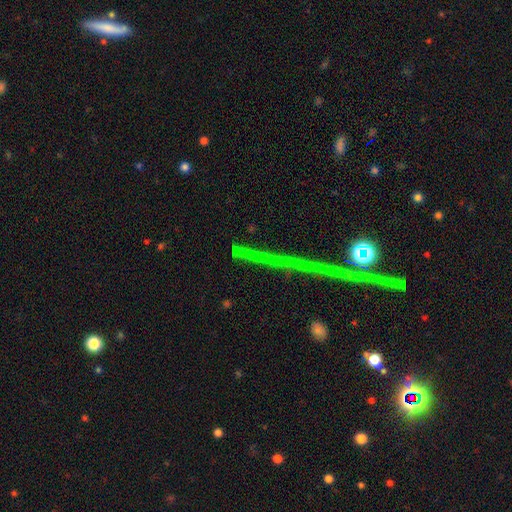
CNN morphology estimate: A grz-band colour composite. It shows a star or artifact, not a galaxy (65%).